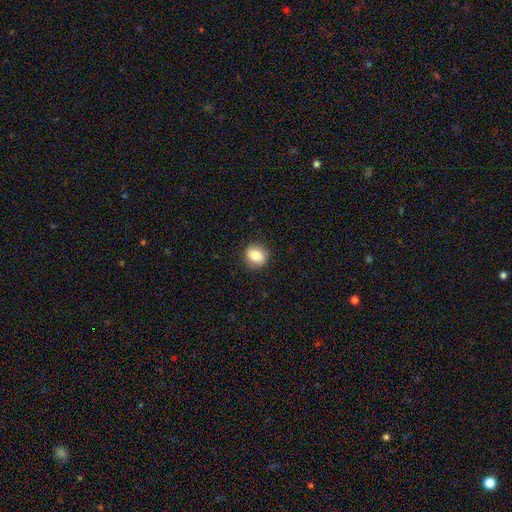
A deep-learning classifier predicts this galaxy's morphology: Overall: smooth (79%). How rounded: round (70%). Merging: none (87%).